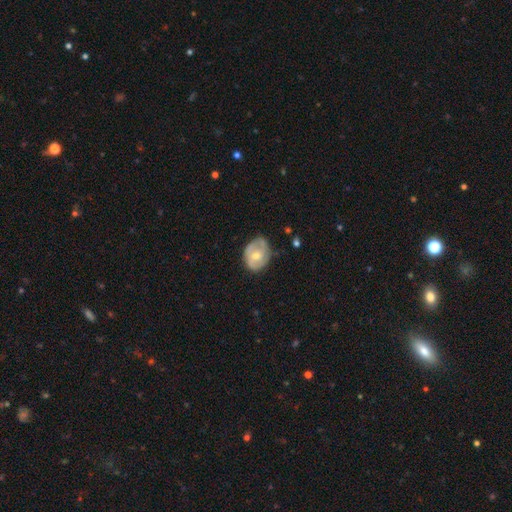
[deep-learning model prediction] The model was most divided on "smooth or featured": featured or disk: 51%, smooth: 43%, star or artifact: 6%. More confident: edge-on disk — no (96%); merging — none (58%).